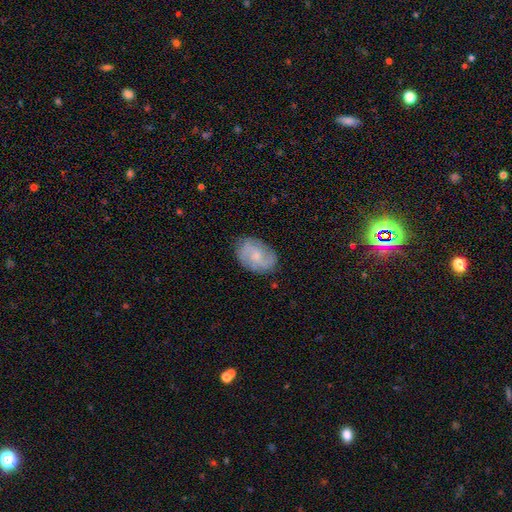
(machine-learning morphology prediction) Smooth or featured? featured or disk (64%)
Edge-on disk? no (97%)
Bar? no (60%)
Spiral arms? yes (90%)
Spiral winding? medium (47%)
Spiral arm count? 2 (54%)
Bulge size? small (53%)
Merging? none (78%)